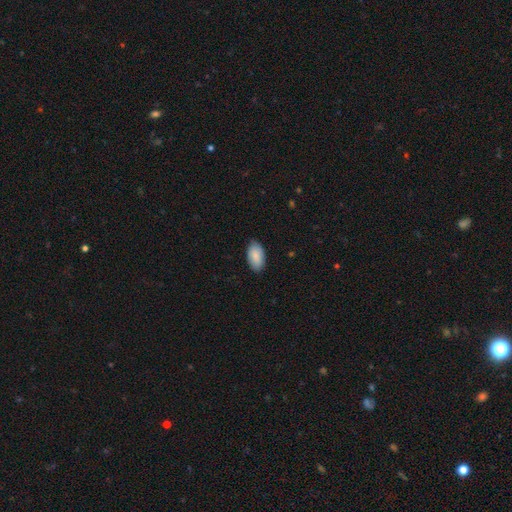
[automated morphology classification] This appears to be a smooth galaxy with no disk features (88%) that is in between round and cigar-shaped (95%). Merging: none (85%).